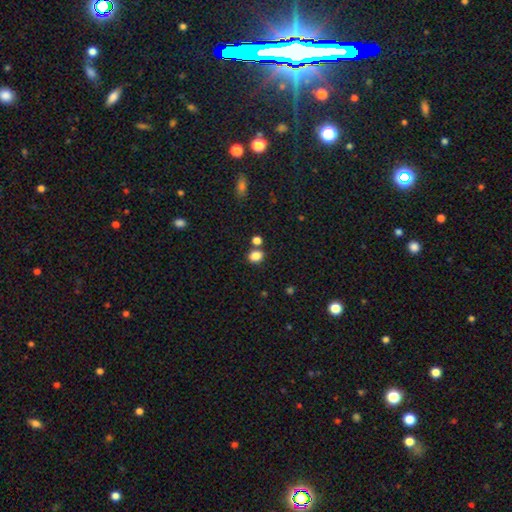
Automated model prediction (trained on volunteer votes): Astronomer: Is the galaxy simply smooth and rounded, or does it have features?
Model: smooth — 84%.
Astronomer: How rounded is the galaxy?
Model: round — 53% (runner-up: in between, 46%).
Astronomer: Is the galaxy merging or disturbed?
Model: none — 70%.